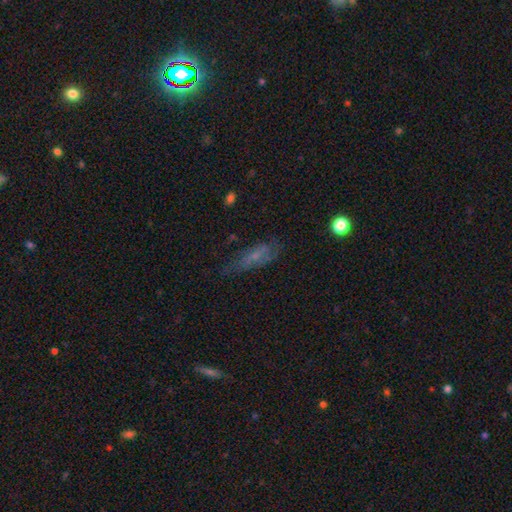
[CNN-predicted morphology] The model was most divided on "smooth or featured": featured or disk: 46%, smooth: 41%, star or artifact: 13%. More confident: merging — none (57%).